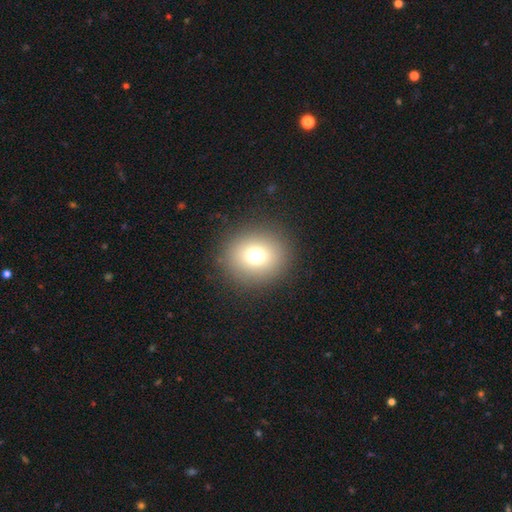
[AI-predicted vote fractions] Smooth or featured? smooth (72%)
How rounded? round (84%)
Merging? none (89%)